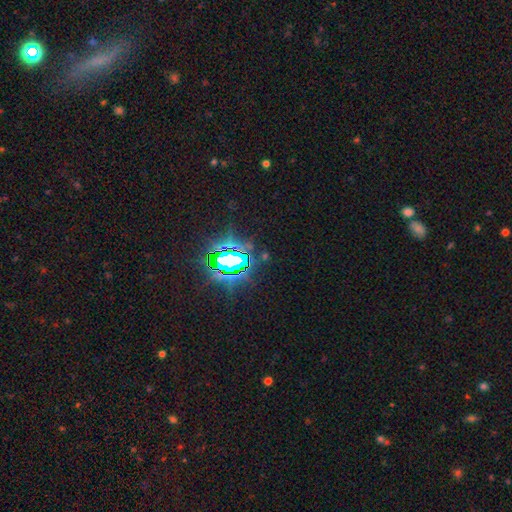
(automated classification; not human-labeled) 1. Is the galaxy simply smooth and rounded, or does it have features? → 80% star or artifact, 13% smooth, 7% featured or disk.